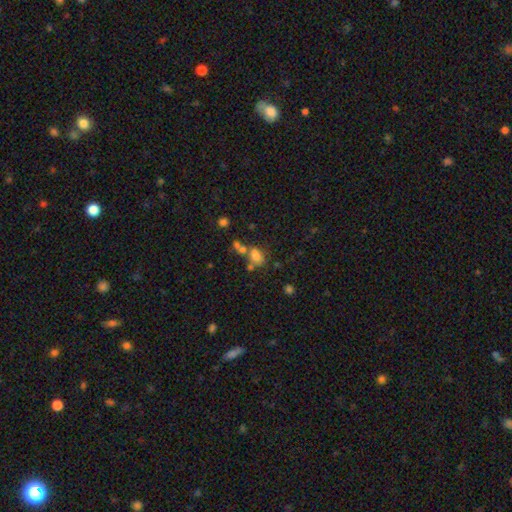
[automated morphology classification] A smooth galaxy with no disk features (67%) that is in between round and cigar-shaped (67%). Merging: none (39%).